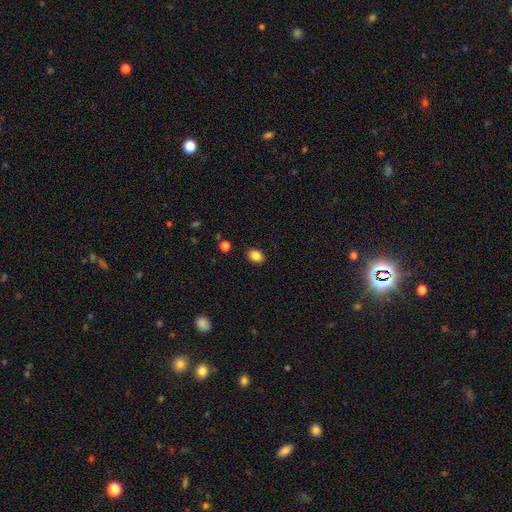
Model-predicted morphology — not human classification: This is clearly a smooth galaxy (85%). How rounded: likely in between (72%). Merging: clearly none (88%).